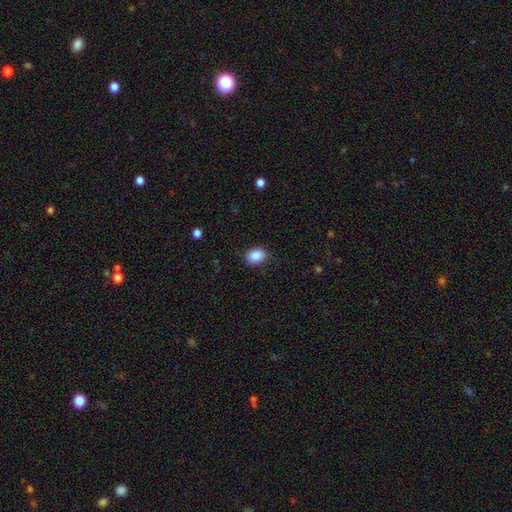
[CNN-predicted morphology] Smooth or featured: smooth — 87% (star or artifact — 9%)
How rounded: in between — 55% (round — 44%)
Merging: none — 82% (minor disturbance — 14%)